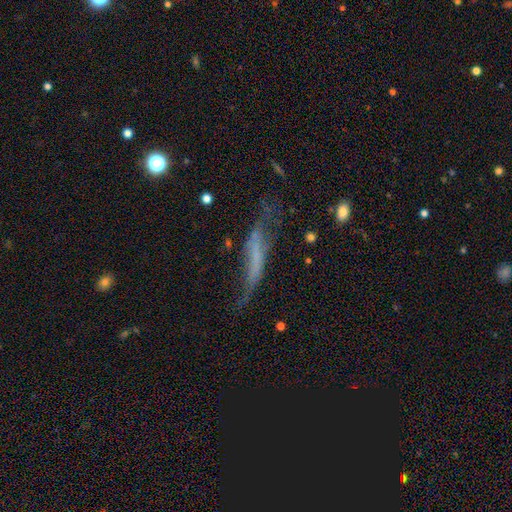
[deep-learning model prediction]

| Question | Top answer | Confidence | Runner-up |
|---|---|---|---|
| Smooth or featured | featured or disk | 52% | smooth (34%) |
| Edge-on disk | yes | 51% | no (49%) |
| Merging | none | 38% | major disturbance (30%) |